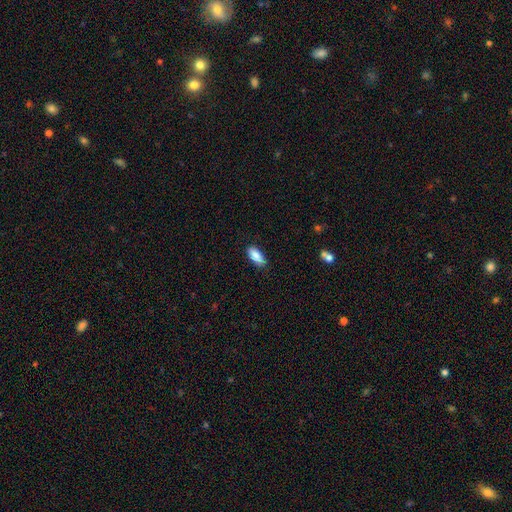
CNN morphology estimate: Smooth or featured? Predicted: smooth (p=0.88). How rounded? Predicted: in between (p=0.84). Merging? Predicted: none (p=0.81).